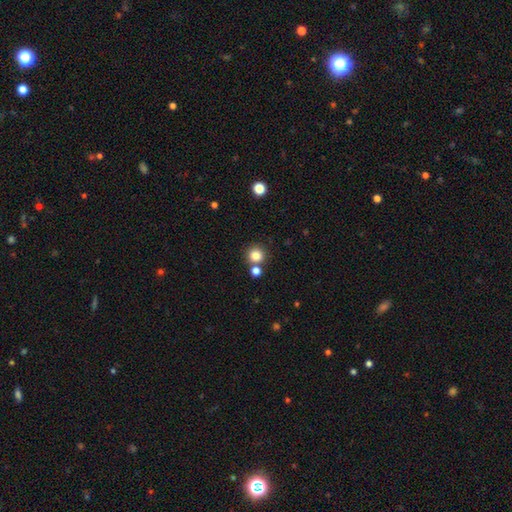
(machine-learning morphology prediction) Smooth or featured: smooth — 83% (star or artifact — 12%)
How rounded: round — 93% (in between — 6%)
Merging: none — 75% (merger — 15%)